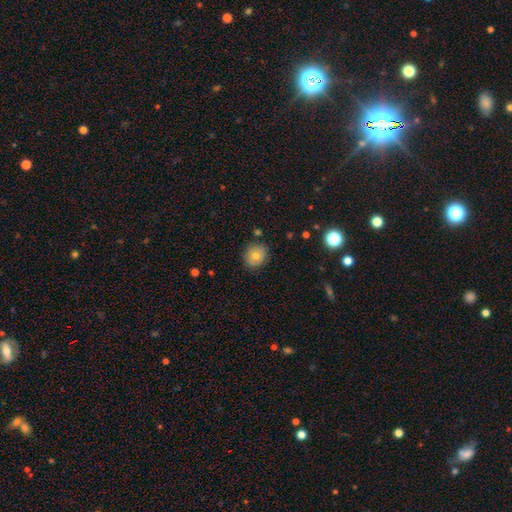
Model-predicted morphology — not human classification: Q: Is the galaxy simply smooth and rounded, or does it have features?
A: smooth — 71%.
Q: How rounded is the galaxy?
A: round — 74%.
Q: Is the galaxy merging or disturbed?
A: none — 84%.